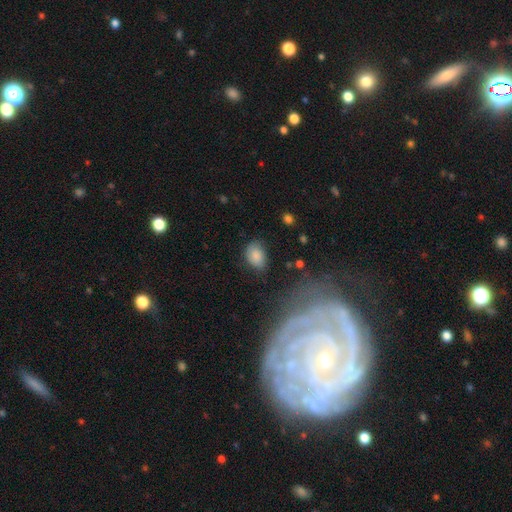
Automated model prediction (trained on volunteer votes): Q: Smooth or featured?
A: smooth (83%); runner-up: featured or disk (9%)
Q: How rounded?
A: in between (79%); runner-up: round (20%)
Q: Merging?
A: none (64%); runner-up: minor disturbance (27%)